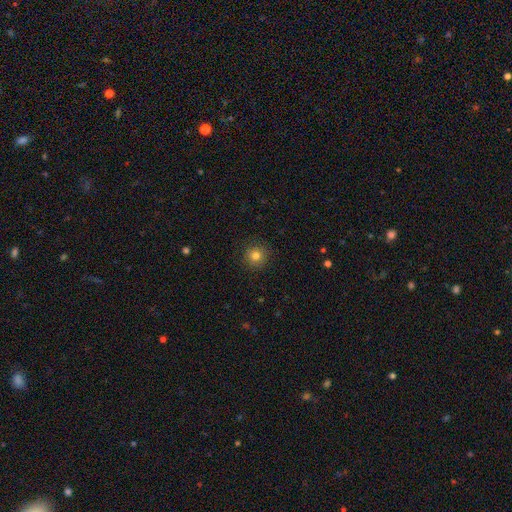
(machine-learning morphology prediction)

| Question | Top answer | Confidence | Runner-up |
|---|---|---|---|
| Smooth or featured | smooth | 81% | star or artifact (12%) |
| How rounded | round | 94% | in between (5%) |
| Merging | none | 90% | minor disturbance (7%) |